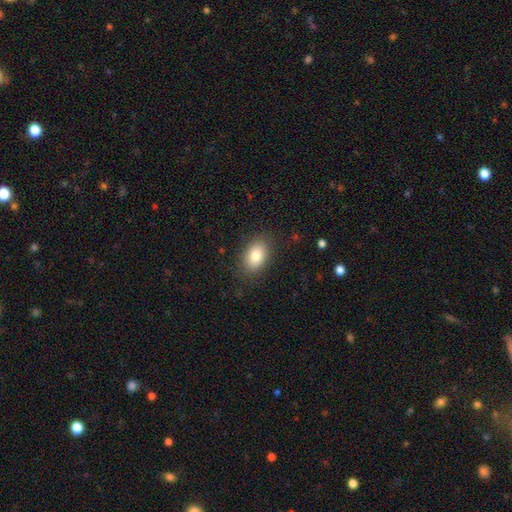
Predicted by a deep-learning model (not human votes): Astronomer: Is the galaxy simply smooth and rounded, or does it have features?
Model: smooth — 81%.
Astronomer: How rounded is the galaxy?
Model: in between — 85%.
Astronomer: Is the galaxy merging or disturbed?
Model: none — 85%.